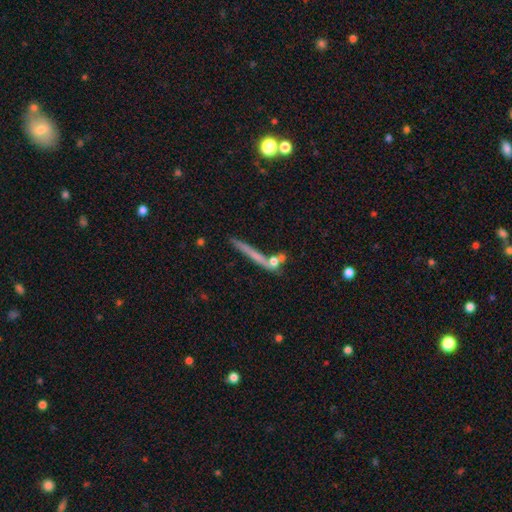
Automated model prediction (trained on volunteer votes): This appears to be a smooth galaxy with no disk features (47%). Merging: none (68%).